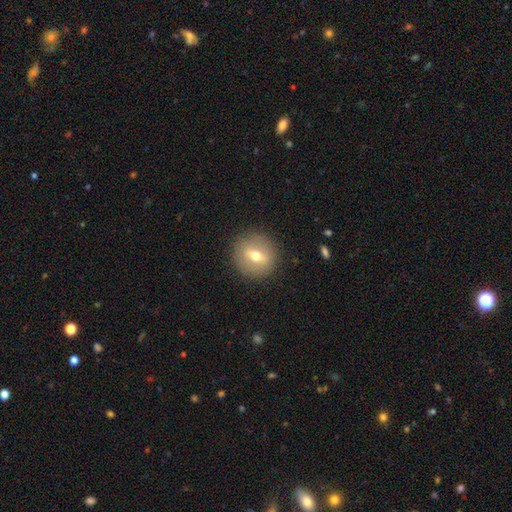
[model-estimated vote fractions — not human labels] The model was most divided on "smooth or featured": smooth: 53%, featured or disk: 38%, star or artifact: 9%. More confident: how rounded — round (91%); merging — none (89%).